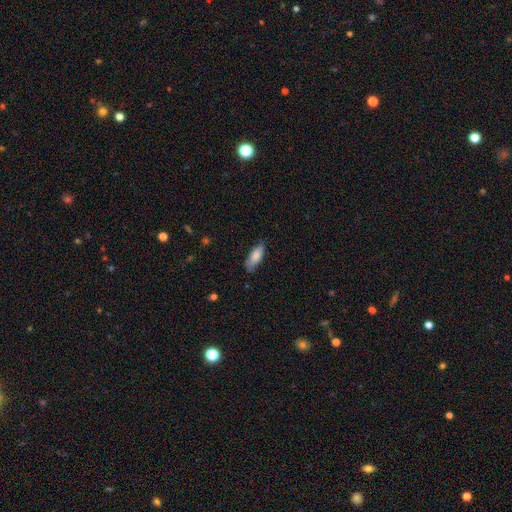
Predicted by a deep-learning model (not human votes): A smooth galaxy with no disk features (82%) that is in between round and cigar-shaped (71%). Merging: none (75%).